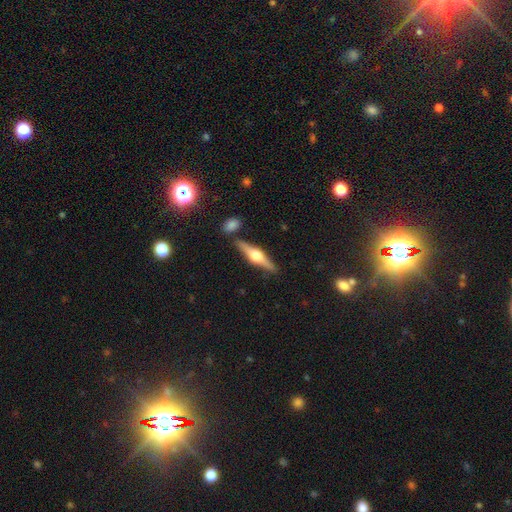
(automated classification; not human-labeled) Overall: featured or disk (73%). Edge-on disk: yes (97%). Edge-on bulge: rounded (94%). Merging: none (84%).